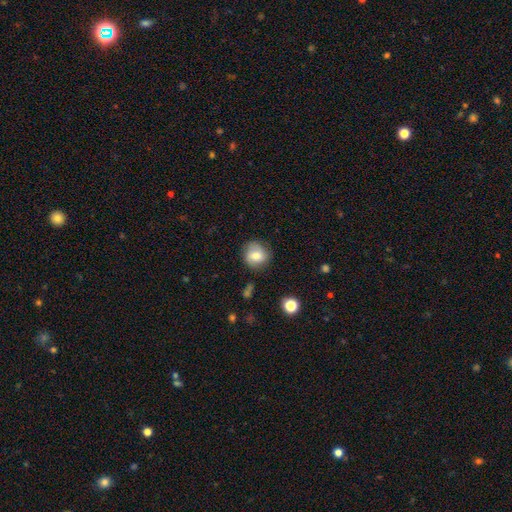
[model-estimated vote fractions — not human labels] This is likely a smooth galaxy (72%). How rounded: clearly round (83%). Merging: likely none (78%).